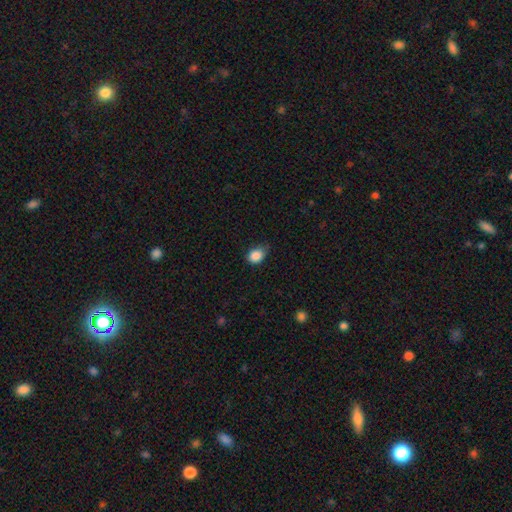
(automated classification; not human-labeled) smooth-or-featured: smooth: 87% | star or artifact: 9% | featured or disk: 4%
  how-rounded: in between: 52% | round: 47% | cigar-shaped: 1%
  merging: none: 64% | minor disturbance: 30% | major disturbance: 5% | merger: 1%